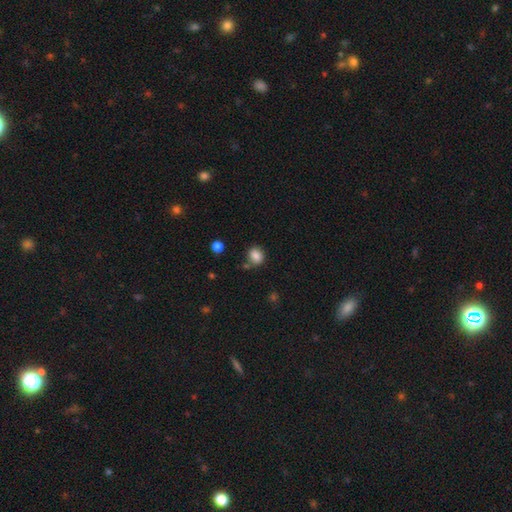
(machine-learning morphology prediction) Q: Smooth or featured?
A: smooth (84%); runner-up: star or artifact (11%)
Q: How rounded?
A: round (55%); runner-up: in between (44%)
Q: Merging?
A: none (67%); runner-up: minor disturbance (18%)